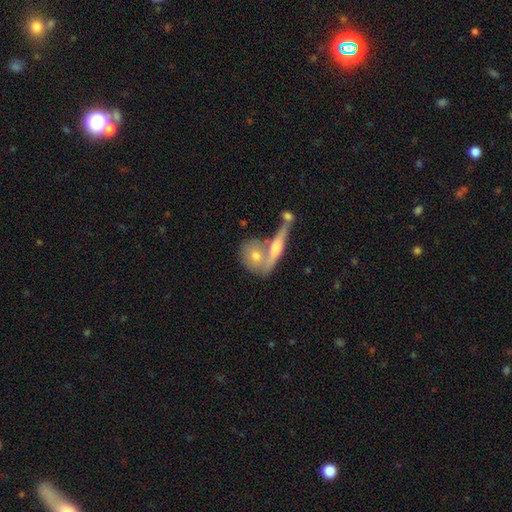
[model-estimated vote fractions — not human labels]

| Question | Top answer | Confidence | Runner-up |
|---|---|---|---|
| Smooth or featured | smooth | 58% | featured or disk (36%) |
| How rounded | round | 48% | in between (39%) |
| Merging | merger | 49% | none (35%) |